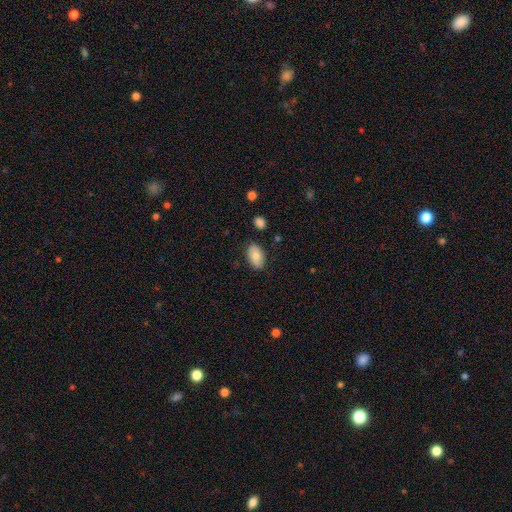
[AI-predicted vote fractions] Overall: smooth (81%). How rounded: in between (92%). Merging: none (84%).